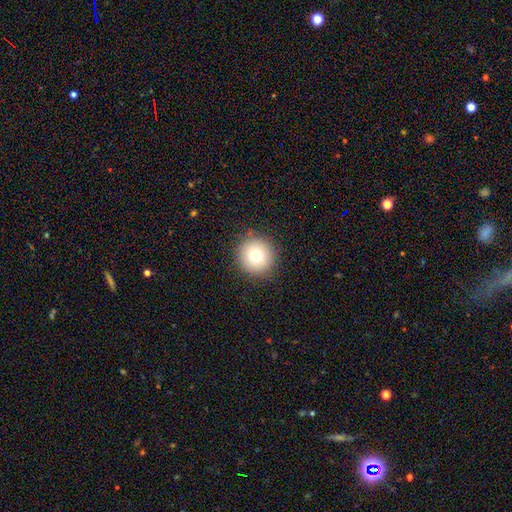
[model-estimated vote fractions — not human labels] Smooth or featured?
  - smooth: 76% *
  - star or artifact: 12%
  - featured or disk: 12%
How rounded?
  - round: 94% *
  - in between: 5%
  - cigar-shaped: 1%
Merging?
  - none: 89% *
  - minor disturbance: 7%
  - major disturbance: 2%
  - merger: 1%